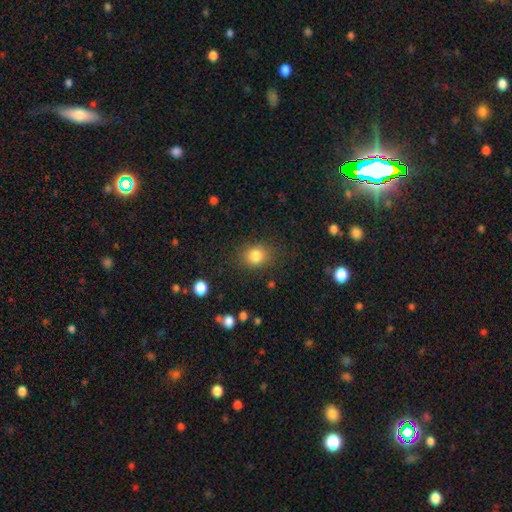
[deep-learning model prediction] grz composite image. It shows a smooth galaxy with no disk features (83%) that is round (67%). Merging: none (83%).